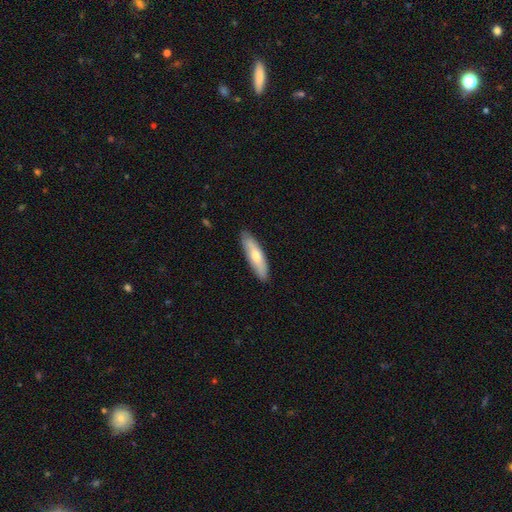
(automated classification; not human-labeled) Morphology: type=smooth (60%); roundness=cigar-shaped (72%); merging=none (88%).